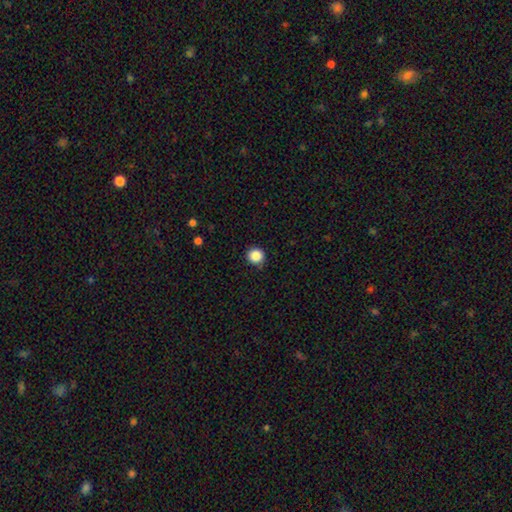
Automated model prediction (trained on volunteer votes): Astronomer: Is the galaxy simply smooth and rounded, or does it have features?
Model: smooth — 87%.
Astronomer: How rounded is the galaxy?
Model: round — 94%.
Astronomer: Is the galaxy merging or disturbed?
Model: none — 88%.